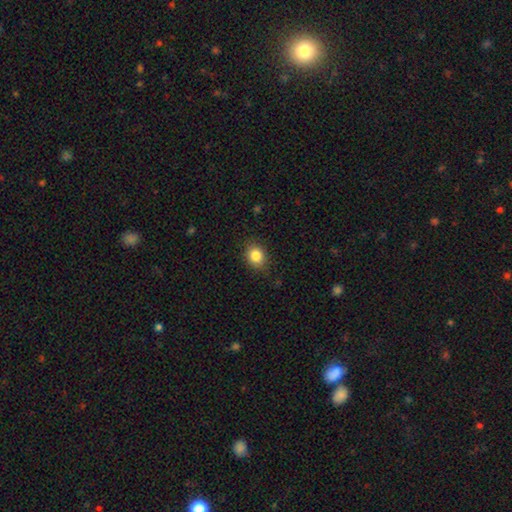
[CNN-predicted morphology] A smooth galaxy with no disk features (85%) that is round (59%).

Vote fractions:
- Smooth or featured? smooth: 85% / star or artifact: 10% / featured or disk: 5%
- How rounded? round: 59% / in between: 40% / cigar-shaped: 1%
- Merging? none: 85% / minor disturbance: 11% / major disturbance: 3% / merger: 1%